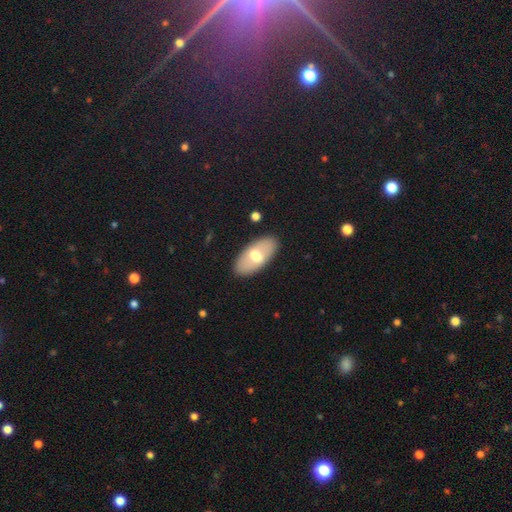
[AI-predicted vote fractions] smooth_or_featured: smooth (p=0.63) [alt: featured or disk p=0.32]
how_rounded: in between (p=0.92) [alt: cigar-shaped p=0.05]
merging: none (p=0.88) [alt: minor disturbance p=0.08]